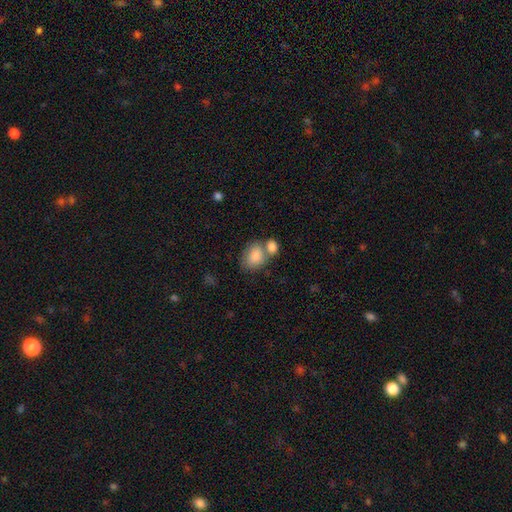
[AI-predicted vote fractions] A smooth galaxy with no disk features (85%) that is in between round and cigar-shaped (72%).

Vote fractions:
- Smooth or featured? smooth: 85% / featured or disk: 8% / star or artifact: 7%
- How rounded? in between: 72% / round: 27% / cigar-shaped: 1%
- Merging? merger: 46% / none: 37% / minor disturbance: 12% / major disturbance: 5%